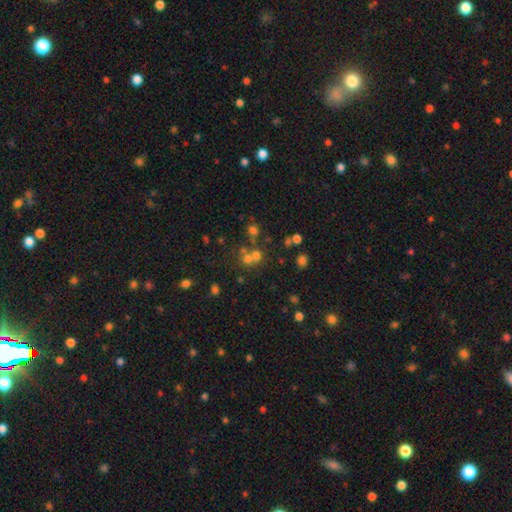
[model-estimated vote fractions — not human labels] A smooth galaxy with no disk features (56%) that is round (83%).

Vote fractions:
- Smooth or featured? smooth: 56% / star or artifact: 27% / featured or disk: 17%
- How rounded? round: 83% / in between: 16% / cigar-shaped: 1%
- Merging? none: 46% / merger: 42% / minor disturbance: 8% / major disturbance: 4%